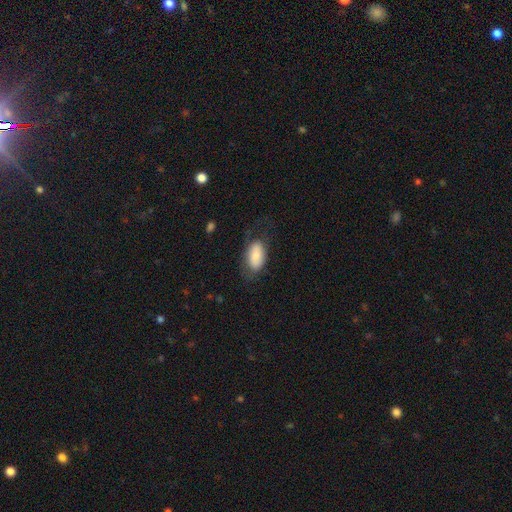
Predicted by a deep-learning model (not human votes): Smooth or featured? Predicted: smooth (p=0.74). How rounded? Predicted: in between (p=0.93). Merging? Predicted: none (p=0.58).